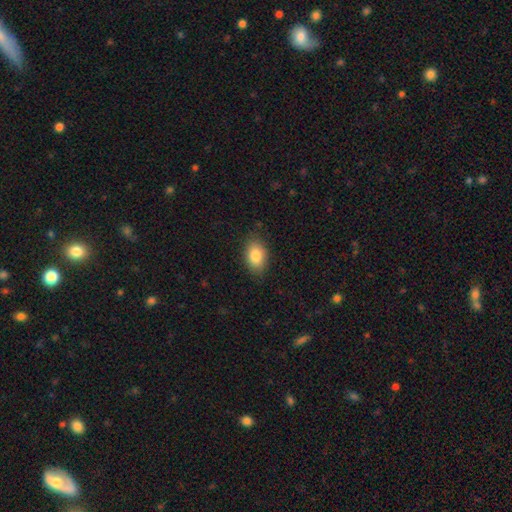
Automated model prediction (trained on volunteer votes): smooth_or_featured: smooth (p=0.84) [alt: featured or disk p=0.09]
how_rounded: in between (p=0.87) [alt: round p=0.11]
merging: none (p=0.84) [alt: minor disturbance p=0.12]